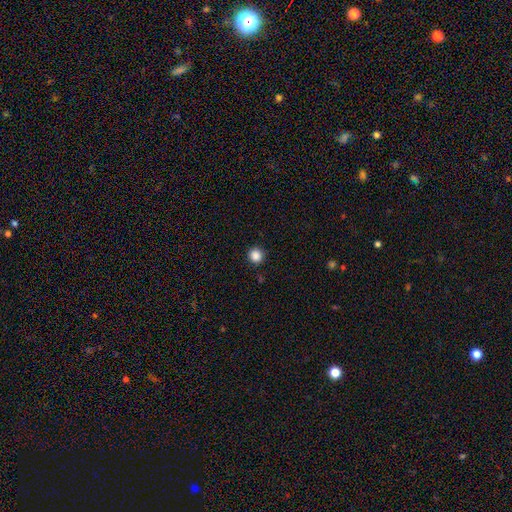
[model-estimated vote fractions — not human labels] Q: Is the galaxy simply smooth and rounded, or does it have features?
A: smooth — 87%.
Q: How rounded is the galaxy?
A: round — 95%.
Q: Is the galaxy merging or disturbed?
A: none — 92%.